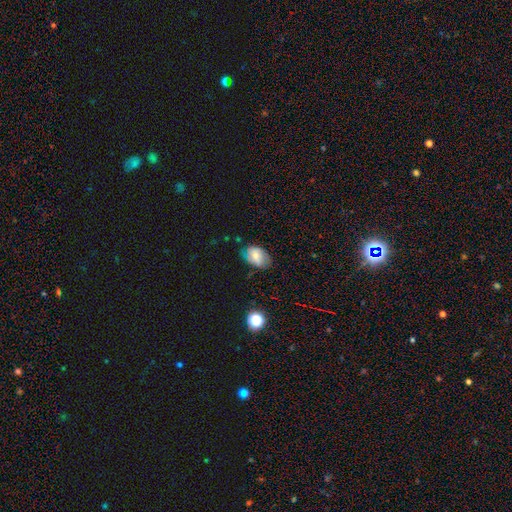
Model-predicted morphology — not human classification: The model was most divided on "smooth or featured": smooth: 59%, featured or disk: 30%, star or artifact: 10%. More confident: how rounded — in between (82%); merging — none (64%).